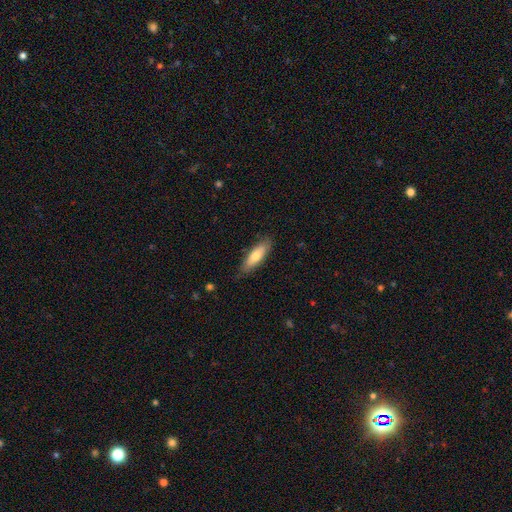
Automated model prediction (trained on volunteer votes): smooth_or_featured: smooth (p=0.71) [alt: featured or disk p=0.24]
how_rounded: in between (p=0.54) [alt: cigar-shaped p=0.45]
merging: none (p=0.82) [alt: minor disturbance p=0.14]